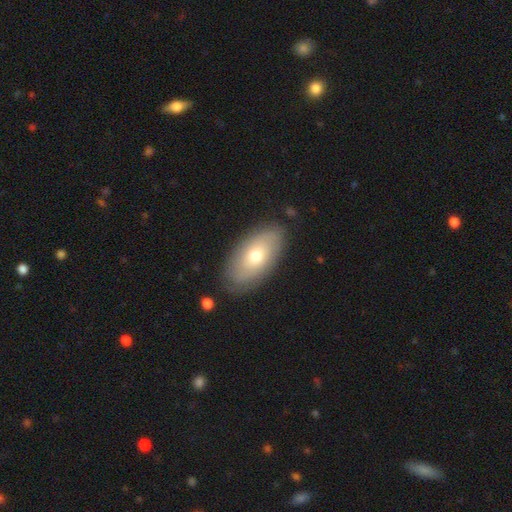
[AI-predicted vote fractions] smooth_or_featured: smooth (p=0.56) [alt: featured or disk p=0.37]
how_rounded: in between (p=0.93) [alt: round p=0.04]
merging: none (p=0.82) [alt: minor disturbance p=0.13]